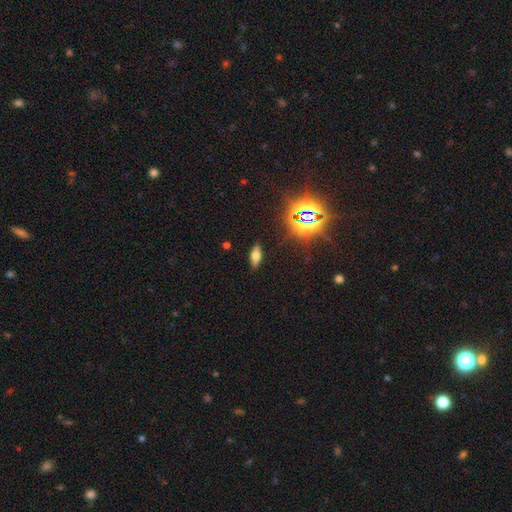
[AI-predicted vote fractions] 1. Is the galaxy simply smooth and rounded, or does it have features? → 52% smooth, 28% featured or disk, 20% star or artifact.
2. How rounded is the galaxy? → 66% in between, 29% cigar-shaped, 5% round.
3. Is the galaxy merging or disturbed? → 88% none, 9% minor disturbance, 2% major disturbance, 1% merger.